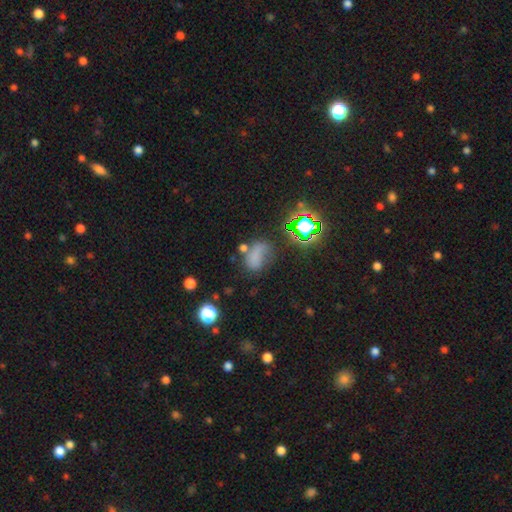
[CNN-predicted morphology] Overall: smooth (58%; star or artifact 26%). How rounded: in between (71%). Merging: none (41%; minor disturbance 25%).